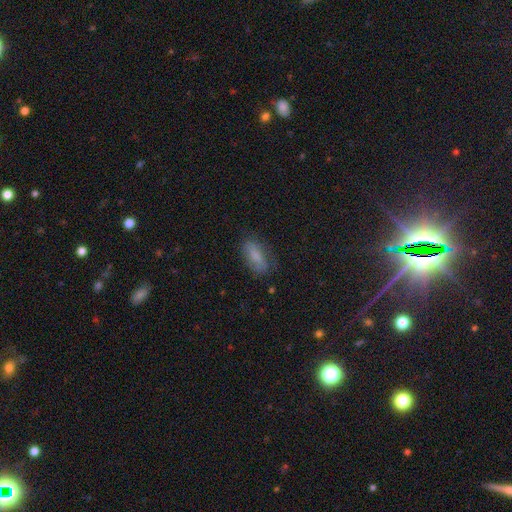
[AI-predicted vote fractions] Smooth or featured? Predicted: smooth (p=0.71). How rounded? Predicted: in between (p=0.75). Merging? Predicted: none (p=0.71).